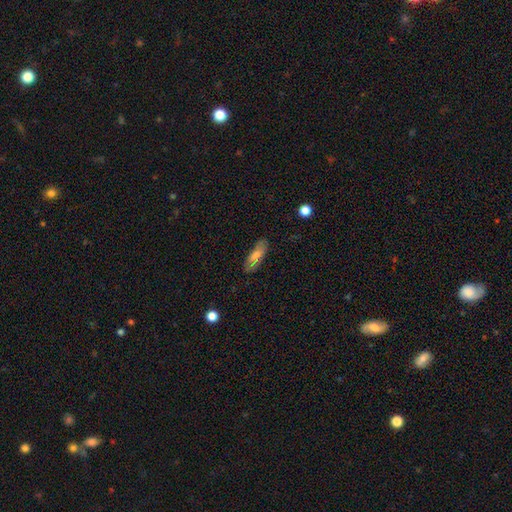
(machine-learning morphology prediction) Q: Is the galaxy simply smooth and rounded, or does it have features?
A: smooth — 67%.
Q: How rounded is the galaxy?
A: in between — 52%.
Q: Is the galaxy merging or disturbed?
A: none — 83%.